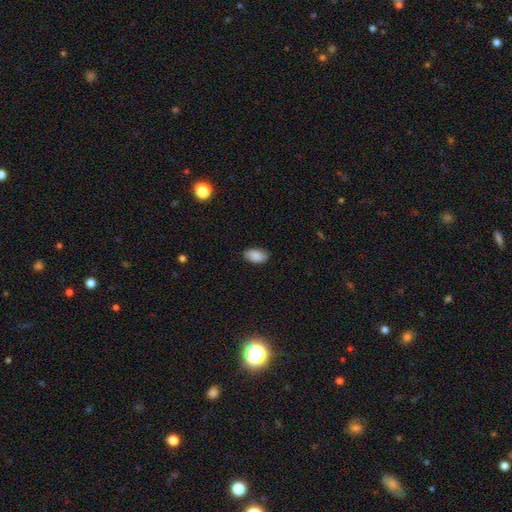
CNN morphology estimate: Smooth or featured: smooth — 86% (star or artifact — 7%)
How rounded: in between — 93% (round — 5%)
Merging: none — 82% (minor disturbance — 14%)